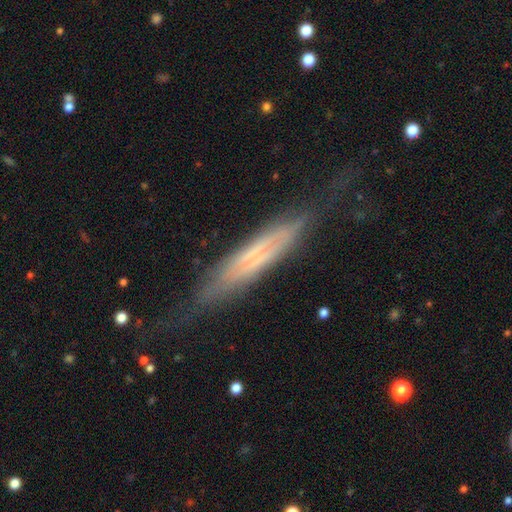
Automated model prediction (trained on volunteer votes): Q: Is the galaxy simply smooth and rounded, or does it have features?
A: featured or disk — 61%.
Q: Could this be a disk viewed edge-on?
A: yes — 84%.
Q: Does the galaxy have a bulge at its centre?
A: none — 61%.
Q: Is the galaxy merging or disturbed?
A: none — 64%.